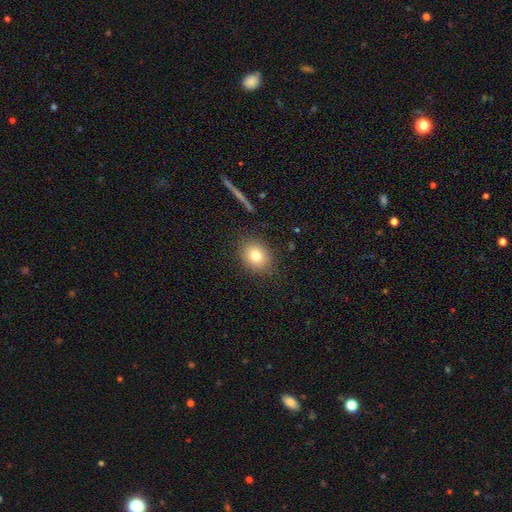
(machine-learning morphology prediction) A smooth galaxy with no disk features (77%) that is round (60%).

Vote fractions:
- Smooth or featured? smooth: 77% / featured or disk: 12% / star or artifact: 11%
- How rounded? round: 60% / in between: 39% / cigar-shaped: 1%
- Merging? none: 86% / minor disturbance: 9% / major disturbance: 3% / merger: 2%